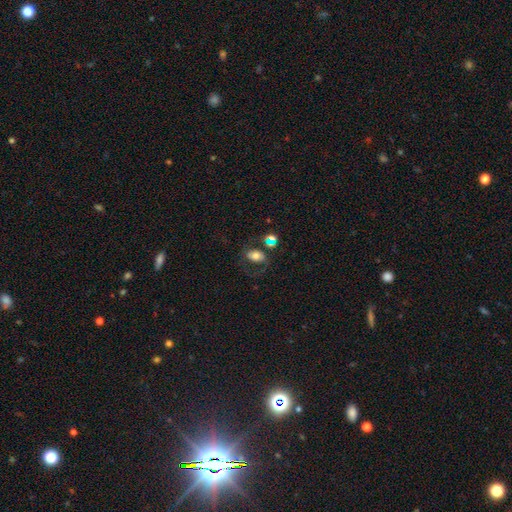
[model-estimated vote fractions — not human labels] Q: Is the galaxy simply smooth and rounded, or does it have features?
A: smooth — 57%.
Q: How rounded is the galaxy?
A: in between — 79%.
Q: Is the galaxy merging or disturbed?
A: none — 47%.